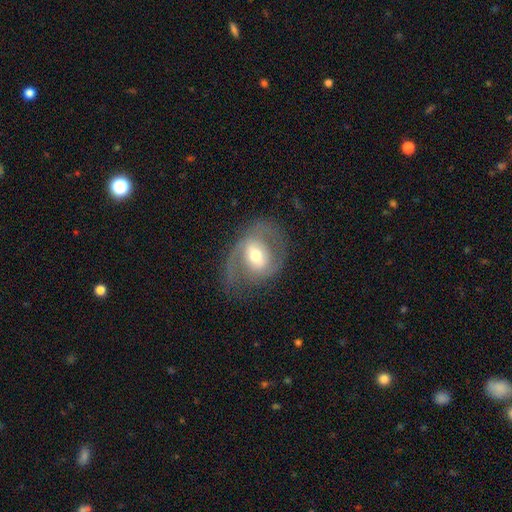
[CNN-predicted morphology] Overall: featured or disk (76%). Edge-on disk: no (96%). Bar: weak (44%; strong 29%). Spiral arms: yes (83%). Spiral arm count: 2 (81%). Spiral winding: medium (51%; loose 25%). Bulge size: moderate (65%). Merging: none (67%).